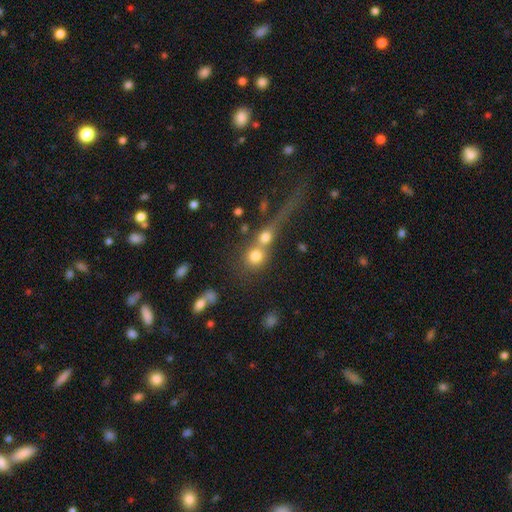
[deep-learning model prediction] Q: Smooth or featured?
A: smooth (73%); runner-up: featured or disk (14%)
Q: How rounded?
A: round (82%); runner-up: in between (15%)
Q: Merging?
A: merger (56%); runner-up: none (31%)